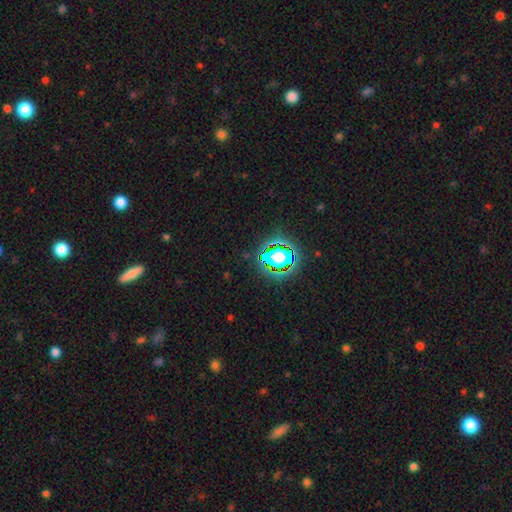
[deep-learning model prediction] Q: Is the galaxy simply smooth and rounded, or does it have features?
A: star or artifact — 77%.